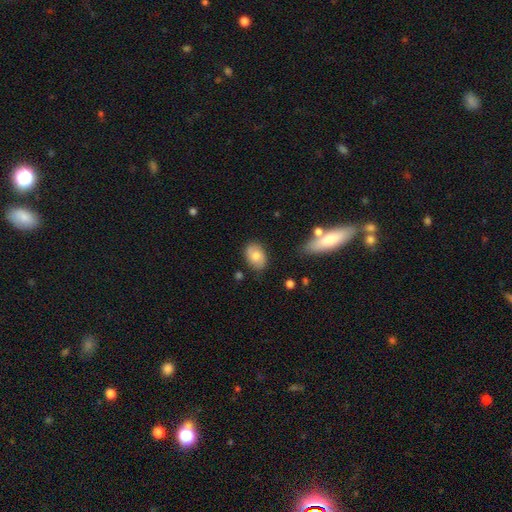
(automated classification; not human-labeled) smooth_or_featured: smooth (p=0.67) [alt: featured or disk p=0.25]
how_rounded: in between (p=0.80) [alt: round p=0.19]
merging: none (p=0.77) [alt: minor disturbance p=0.17]